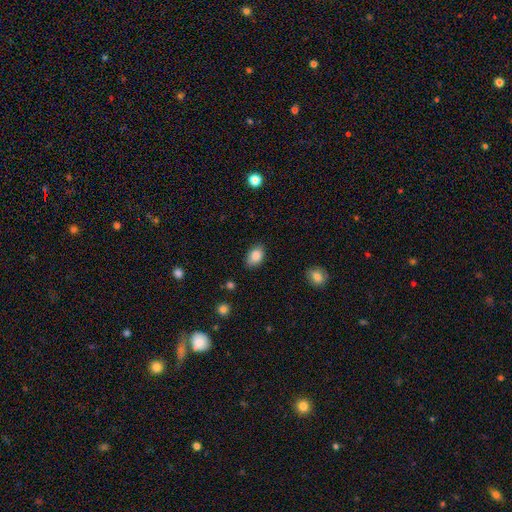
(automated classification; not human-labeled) The model was most divided on "how rounded": in between: 85%, round: 14%, cigar-shaped: 1%. More confident: smooth or featured — smooth (86%); merging — none (83%).